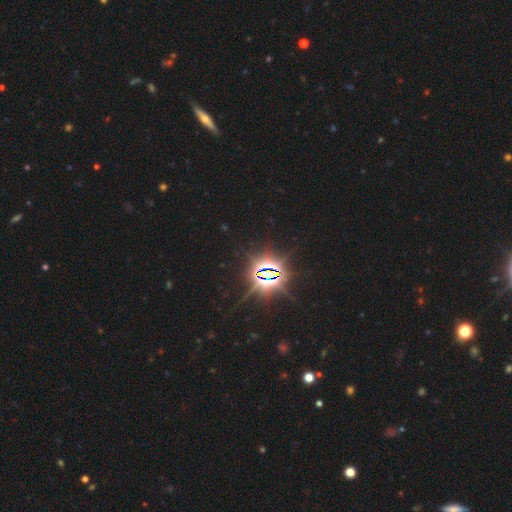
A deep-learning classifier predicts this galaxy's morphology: type=star or artifact (84%).